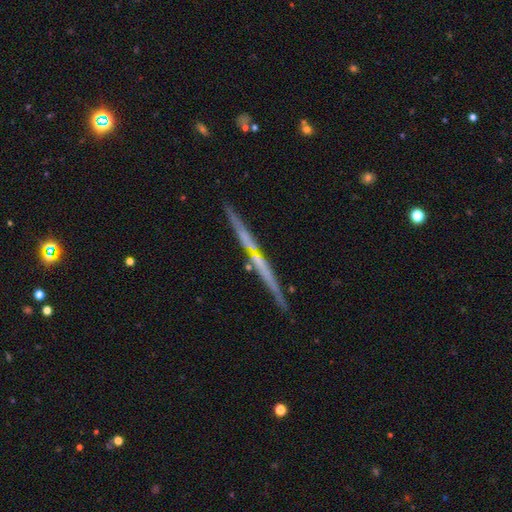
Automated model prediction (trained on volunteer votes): Smooth or featured: featured or disk — 67% (smooth — 25%)
Edge-on disk: yes — 97% (no — 3%)
Edge-on bulge: none — 75% (rounded — 21%)
Merging: none — 87% (minor disturbance — 8%)